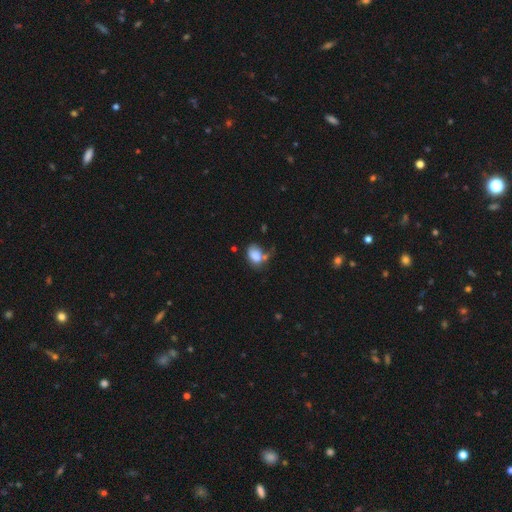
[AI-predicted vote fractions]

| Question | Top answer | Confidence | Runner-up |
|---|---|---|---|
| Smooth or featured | smooth | 79% | featured or disk (11%) |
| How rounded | in between | 78% | round (20%) |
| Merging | none | 36% | minor disturbance (26%) |